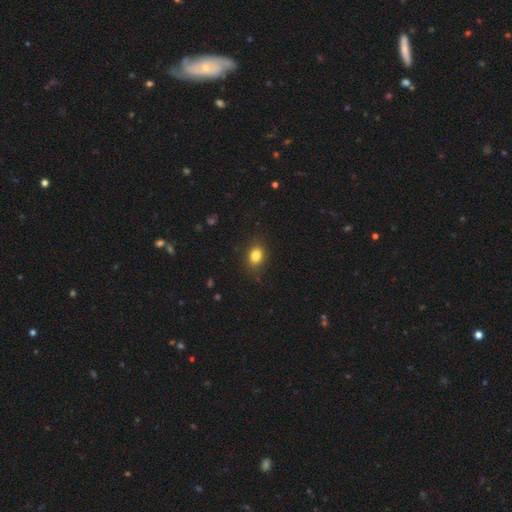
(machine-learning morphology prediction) A smooth galaxy with no disk features (82%) that is in between round and cigar-shaped (64%). Merging: none (85%).